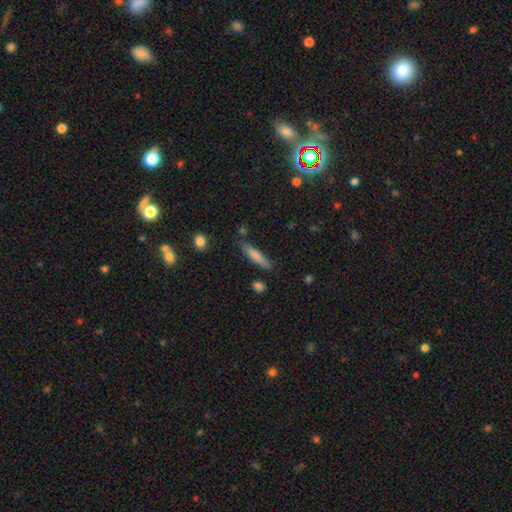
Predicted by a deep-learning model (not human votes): Smooth or featured? Predicted: smooth (p=0.76). How rounded? Predicted: cigar-shaped (p=0.81). Merging? Predicted: none (p=0.72).